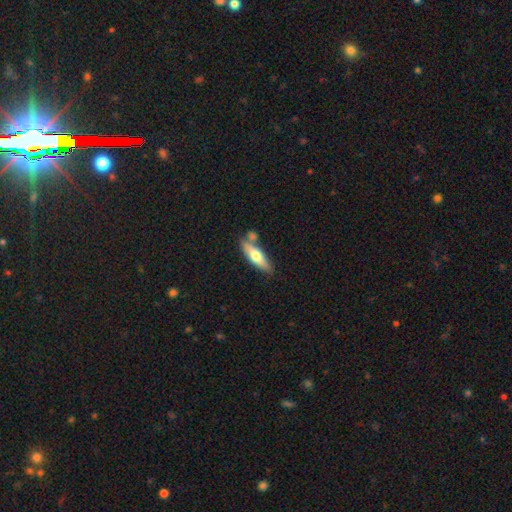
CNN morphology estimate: Overall: smooth (56%; featured or disk 38%). How rounded: cigar-shaped (57%; in between 40%). Merging: none (65%).